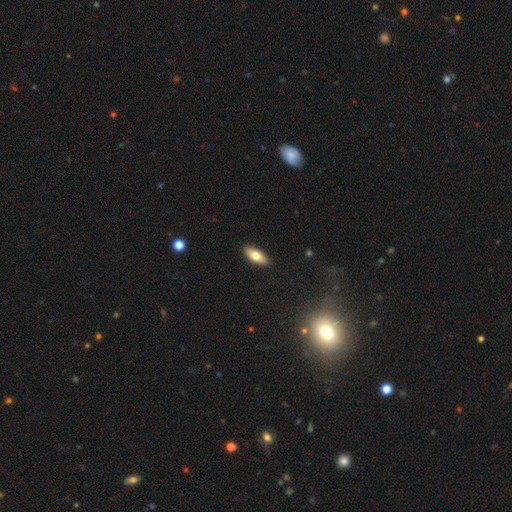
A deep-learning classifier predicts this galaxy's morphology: smooth-or-featured: smooth: 74% | featured or disk: 20% | star or artifact: 7%
  how-rounded: in between: 79% | cigar-shaped: 19% | round: 2%
  merging: none: 90% | minor disturbance: 8% | major disturbance: 2% | merger: 1%